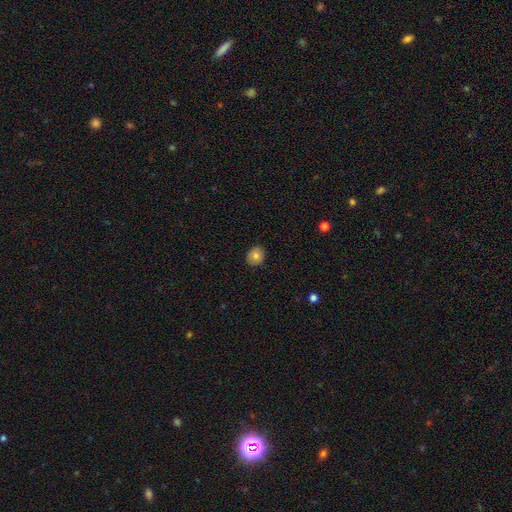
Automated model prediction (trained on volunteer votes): Smooth or featured?
  - smooth: 80% *
  - featured or disk: 11%
  - star or artifact: 9%
How rounded?
  - round: 71% *
  - in between: 29%
  - cigar-shaped: 1%
Merging?
  - none: 88% *
  - minor disturbance: 9%
  - major disturbance: 2%
  - merger: 1%